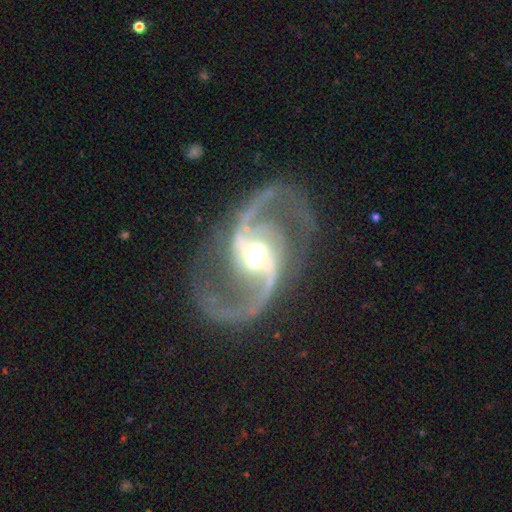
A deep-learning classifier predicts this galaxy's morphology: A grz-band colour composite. It shows a featured or disk galaxy (93%) with a strong bar (44%), 2 (93%) medium (54%) spiral arms (98%) and a moderate central bulge (65%). Merging: none (74%).